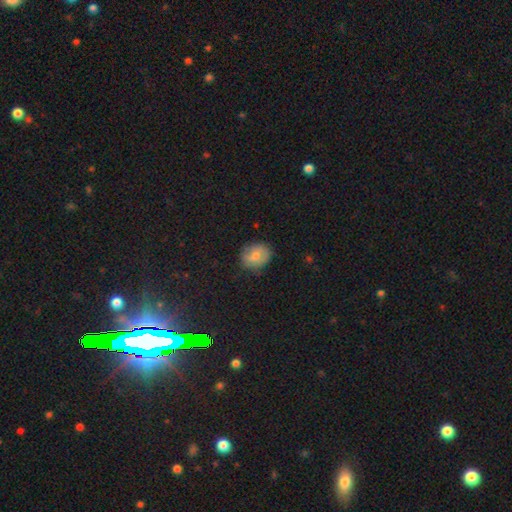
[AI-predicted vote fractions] This is possibly a smooth galaxy (58%). How rounded: possibly round (57%). Merging: clearly none (80%).